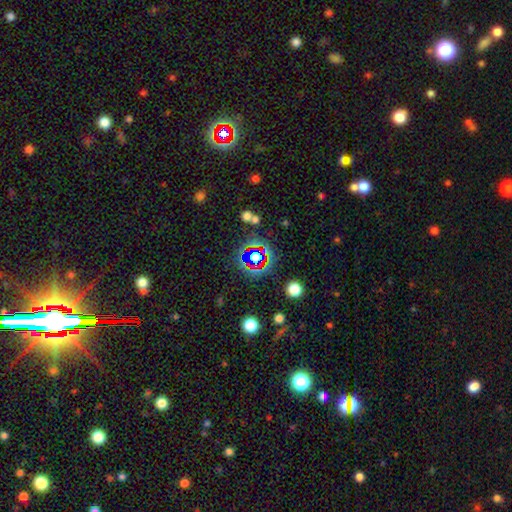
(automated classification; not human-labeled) A star or artifact, not a galaxy (59%).